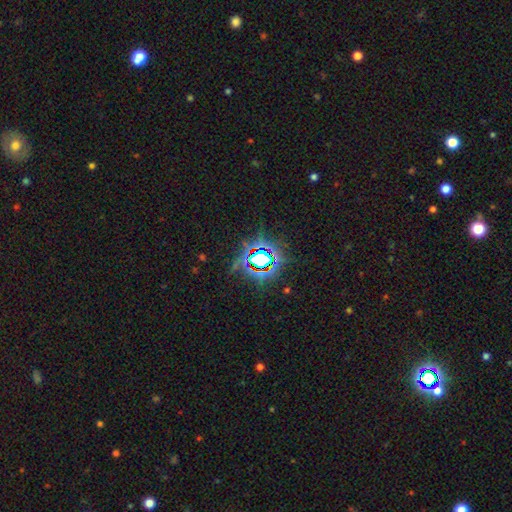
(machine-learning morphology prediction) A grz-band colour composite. It shows a star or artifact, not a galaxy (80%).